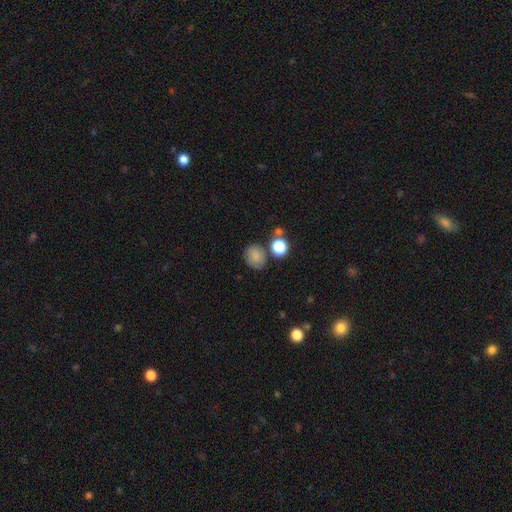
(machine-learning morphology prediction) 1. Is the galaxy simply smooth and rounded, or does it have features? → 78% smooth, 12% star or artifact, 9% featured or disk.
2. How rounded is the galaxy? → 60% round, 39% in between, 1% cigar-shaped.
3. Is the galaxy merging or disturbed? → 70% none, 16% minor disturbance, 9% merger, 5% major disturbance.